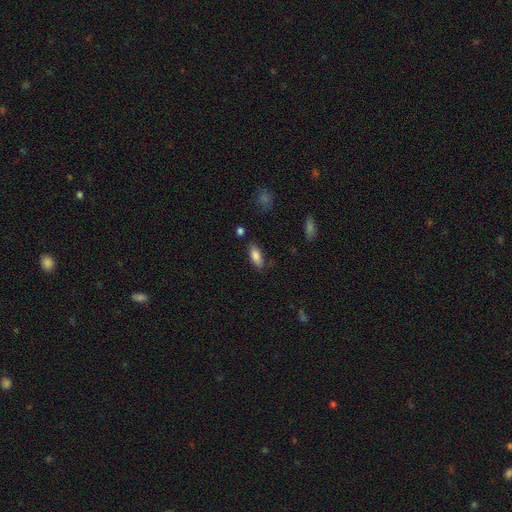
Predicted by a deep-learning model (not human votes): Q: Smooth or featured?
A: smooth (83%); runner-up: featured or disk (10%)
Q: How rounded?
A: in between (80%); runner-up: cigar-shaped (18%)
Q: Merging?
A: none (78%); runner-up: minor disturbance (16%)